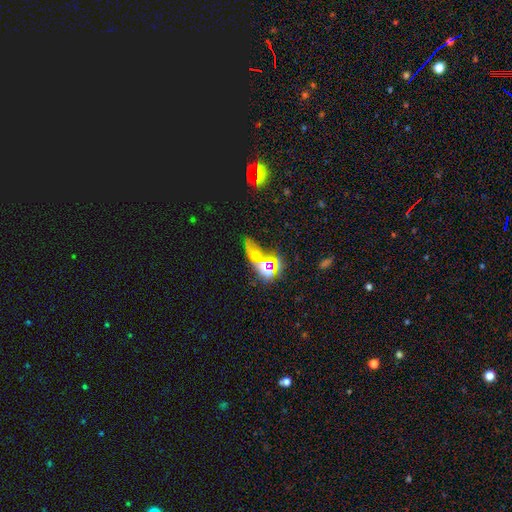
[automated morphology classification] The model was most divided on "smooth or featured": star or artifact: 49%, smooth: 34%, featured or disk: 17%.